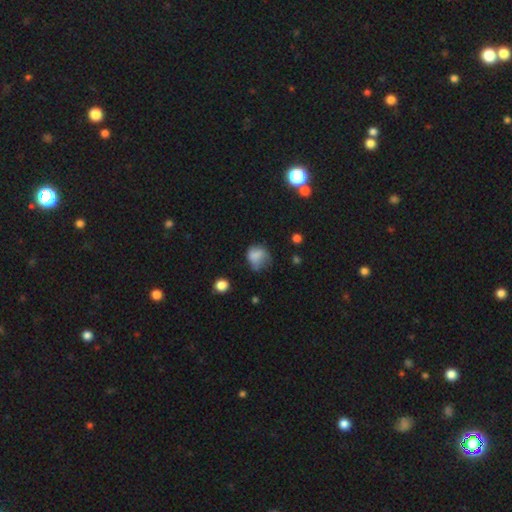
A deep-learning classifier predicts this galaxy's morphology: Smooth or featured?
  - smooth: 73% *
  - featured or disk: 15%
  - star or artifact: 12%
How rounded?
  - round: 64% *
  - in between: 35%
  - cigar-shaped: 1%
Merging?
  - none: 38% *
  - minor disturbance: 34%
  - major disturbance: 24%
  - merger: 3%